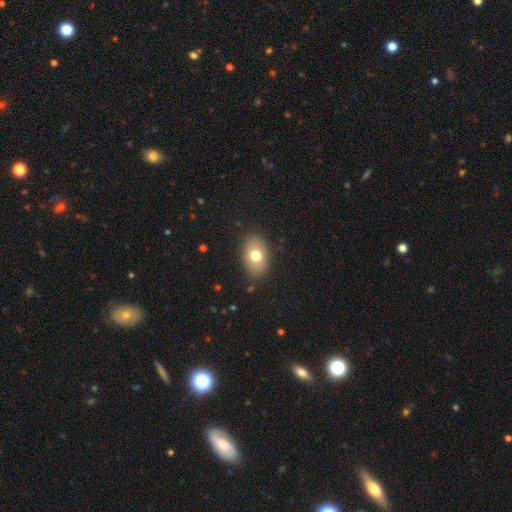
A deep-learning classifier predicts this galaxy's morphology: A smooth galaxy with no disk features (74%) that is in between round and cigar-shaped (83%).

Vote fractions:
- Smooth or featured? smooth: 74% / featured or disk: 17% / star or artifact: 9%
- How rounded? in between: 83% / round: 16% / cigar-shaped: 1%
- Merging? none: 85% / minor disturbance: 10% / major disturbance: 3% / merger: 1%